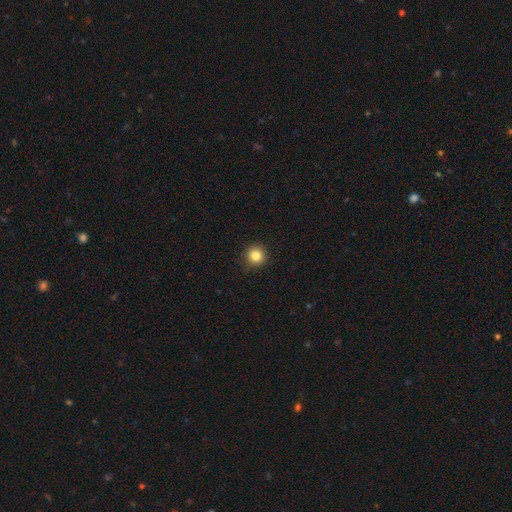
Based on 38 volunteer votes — Volunteers were most divided on "smooth or featured": smooth: 92%, star or artifact: 5%, featured or disk: 3%. More confident: how rounded — round (97%); merging — none (94%).